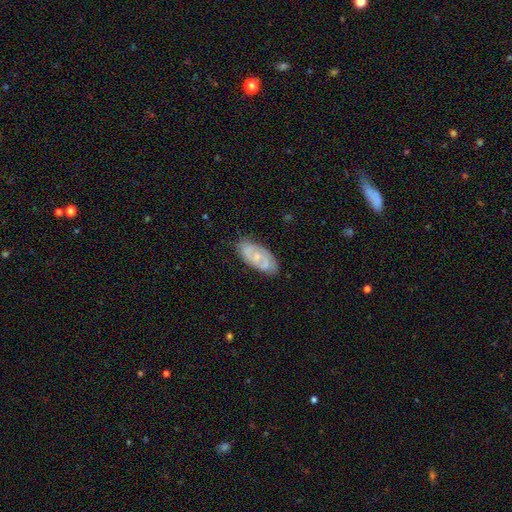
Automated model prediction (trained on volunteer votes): A featured or disk galaxy (64%) with no bar (60%), spiral arms (78%) and a small central bulge (59%). Merging: none (77%).